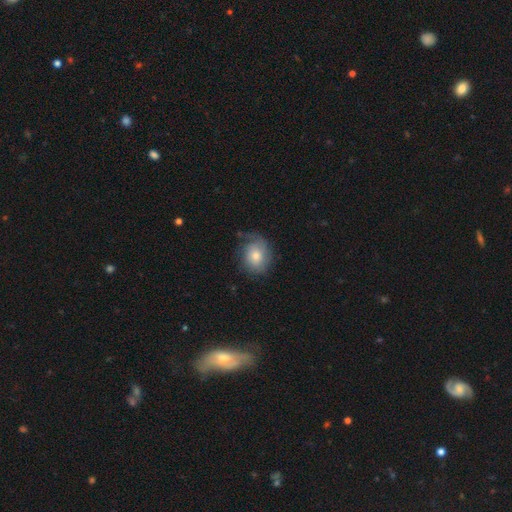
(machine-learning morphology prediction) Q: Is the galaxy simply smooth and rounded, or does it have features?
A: smooth — 62%.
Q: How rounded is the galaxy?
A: round — 60%.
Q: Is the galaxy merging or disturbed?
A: none — 58%.